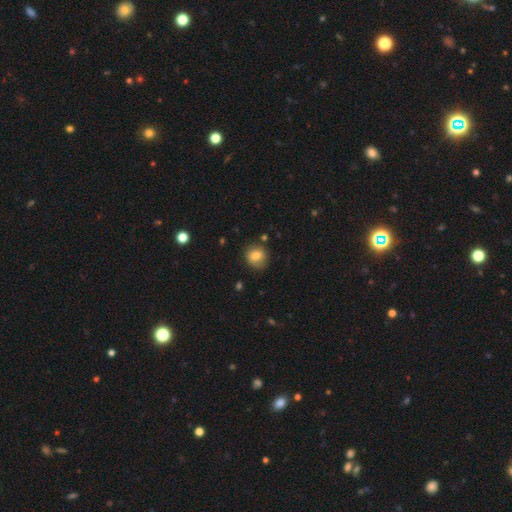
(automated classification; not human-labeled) This is likely a smooth galaxy (78%). How rounded: clearly round (80%). Merging: likely none (75%).